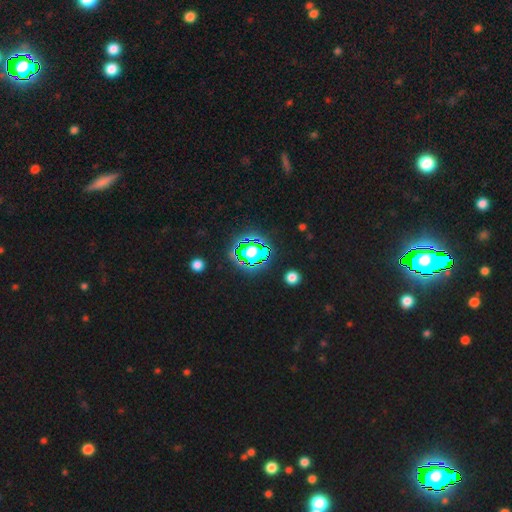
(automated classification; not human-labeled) Morphology: type=star or artifact (60%).